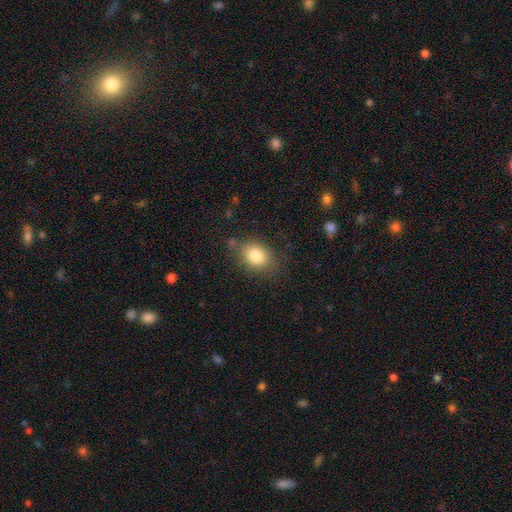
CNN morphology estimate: type=smooth (81%); roundness=in between (64%); merging=none (77%).